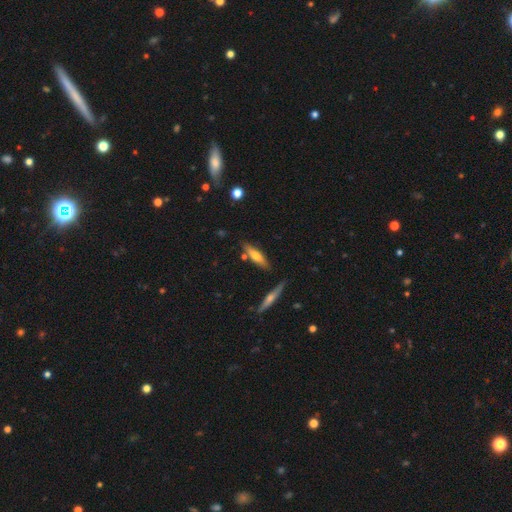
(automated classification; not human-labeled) A smooth galaxy with no disk features (54%) that is cigar-shaped (69%).

Vote fractions:
- Smooth or featured? smooth: 54% / featured or disk: 39% / star or artifact: 7%
- How rounded? cigar-shaped: 69% / in between: 29% / round: 2%
- Merging? none: 78% / minor disturbance: 13% / merger: 7% / major disturbance: 3%